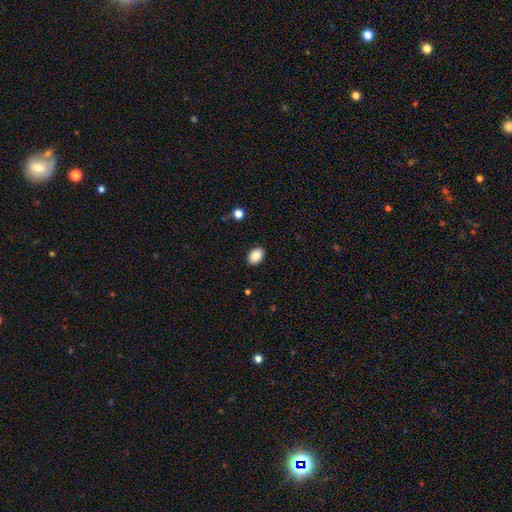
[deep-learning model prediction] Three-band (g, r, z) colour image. It shows a smooth galaxy with no disk features (88%) that is in between round and cigar-shaped (81%). Merging: none (89%).